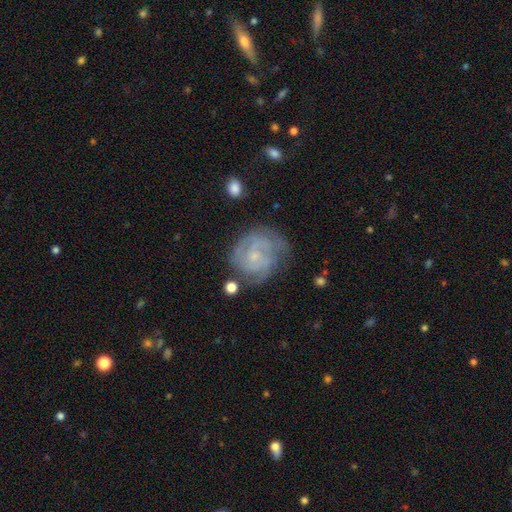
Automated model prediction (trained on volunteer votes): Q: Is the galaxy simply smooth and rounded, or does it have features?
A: featured or disk — 81%.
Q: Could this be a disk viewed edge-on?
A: no — 98%.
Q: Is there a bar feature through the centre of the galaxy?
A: no — 68%.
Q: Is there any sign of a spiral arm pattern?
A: yes — 93%.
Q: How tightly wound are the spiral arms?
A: tight — 62%.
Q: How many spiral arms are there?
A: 2 — 28%.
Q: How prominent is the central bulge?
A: small — 70%.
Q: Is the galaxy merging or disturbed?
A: none — 66%.